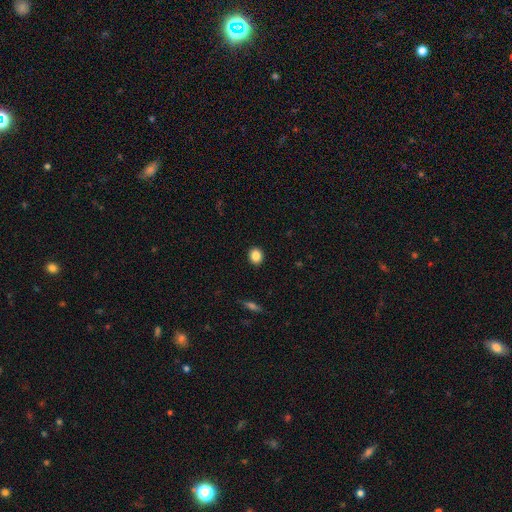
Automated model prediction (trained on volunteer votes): A smooth galaxy with no disk features (86%) that is round (71%).

Vote fractions:
- Smooth or featured? smooth: 86% / star or artifact: 9% / featured or disk: 5%
- How rounded? round: 71% / in between: 27% / cigar-shaped: 1%
- Merging? none: 92% / minor disturbance: 5% / major disturbance: 2% / merger: 1%